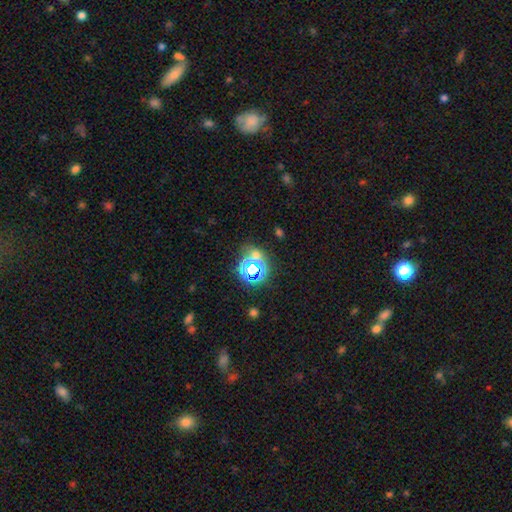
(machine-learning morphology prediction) This is possibly a star or artifact rather than a galaxy (57%).